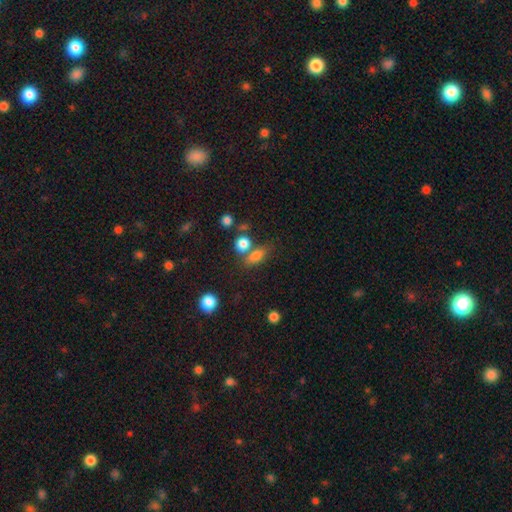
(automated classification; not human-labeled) This appears to be a smooth galaxy with no disk features (78%) that is in between round and cigar-shaped (69%). Merging: none (54%).